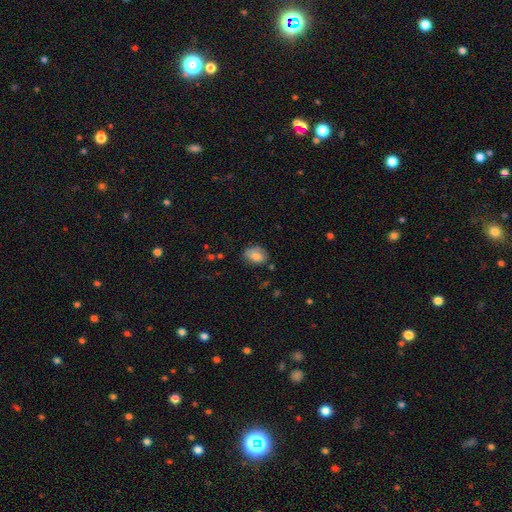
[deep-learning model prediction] A smooth galaxy with no disk features (76%) that is in between round and cigar-shaped (77%). Merging: none (62%).